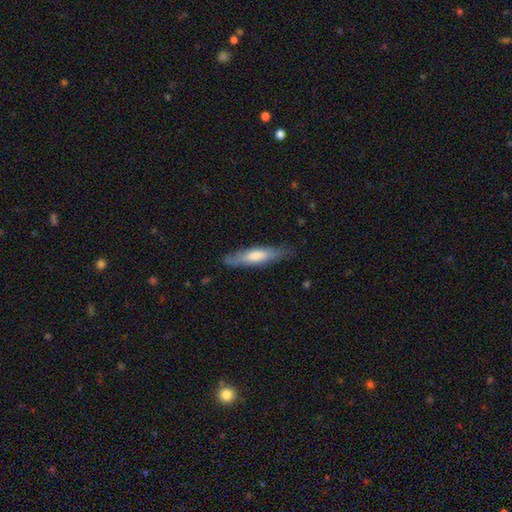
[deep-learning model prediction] A smooth galaxy with no disk features (60%) that is cigar-shaped (77%).

Vote fractions:
- Smooth or featured? smooth: 60% / featured or disk: 35% / star or artifact: 5%
- How rounded? cigar-shaped: 77% / in between: 22% / round: 1%
- Merging? none: 80% / minor disturbance: 15% / major disturbance: 3% / merger: 1%